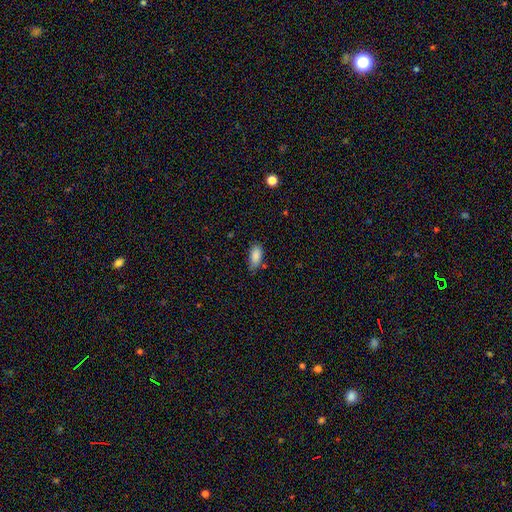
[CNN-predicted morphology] Smooth or featured? Predicted: smooth (p=0.87). How rounded? Predicted: in between (p=0.88). Merging? Predicted: none (p=0.67).